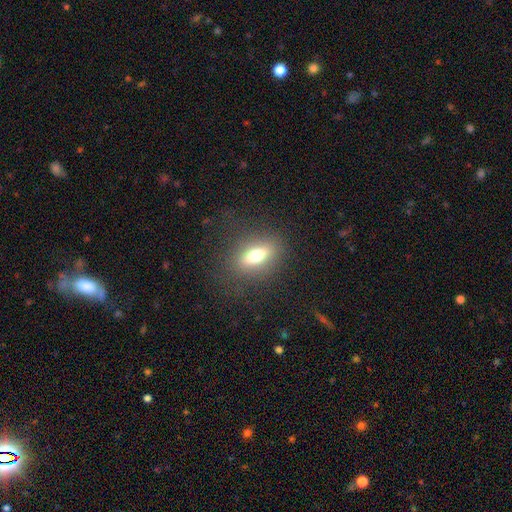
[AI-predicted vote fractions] A smooth galaxy with no disk features (64%) that is in between round and cigar-shaped (71%). Merging: none (83%).